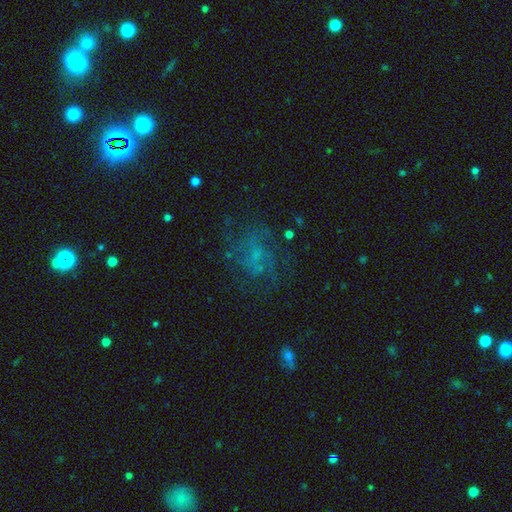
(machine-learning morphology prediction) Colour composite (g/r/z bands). It shows a featured or disk galaxy (49%). Merging: none (59%).